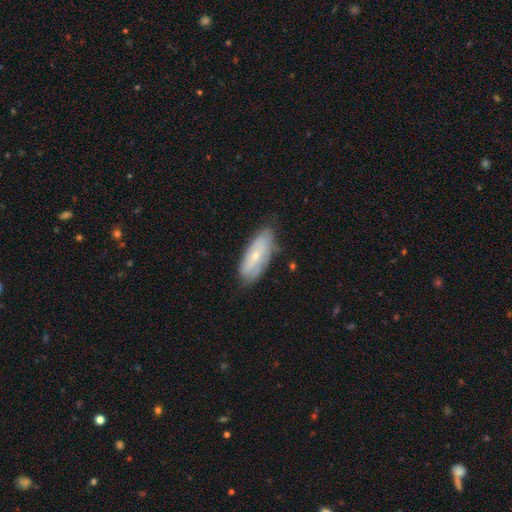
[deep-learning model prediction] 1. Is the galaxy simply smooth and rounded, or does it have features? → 47% smooth, 46% featured or disk, 7% star or artifact.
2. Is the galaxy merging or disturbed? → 72% none, 22% minor disturbance, 5% major disturbance, 2% merger.